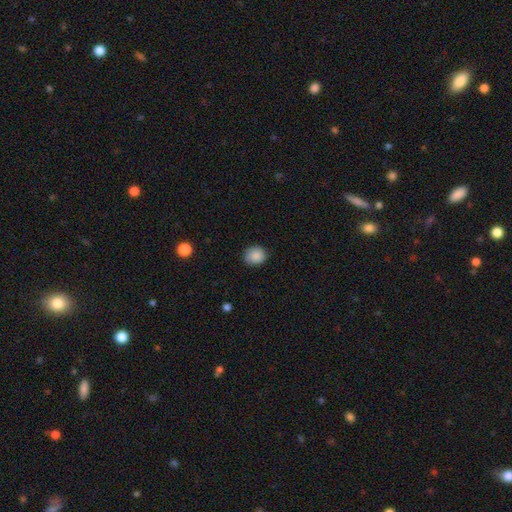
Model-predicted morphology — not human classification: Overall: smooth (85%). How rounded: round (80%). Merging: none (82%).